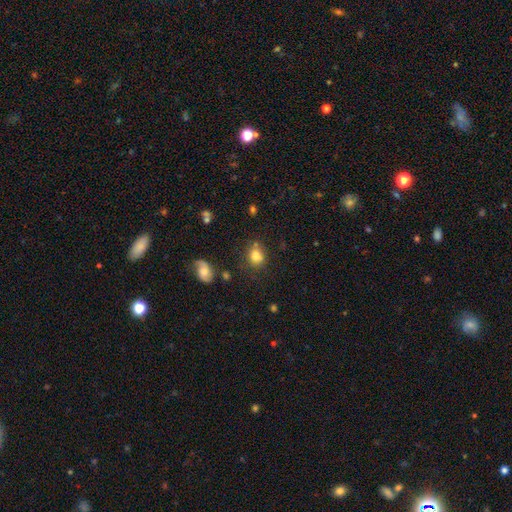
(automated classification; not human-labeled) The model was most divided on "how rounded": round: 63%, in between: 36%, cigar-shaped: 1%. More confident: smooth or featured — smooth (79%); merging — none (67%).